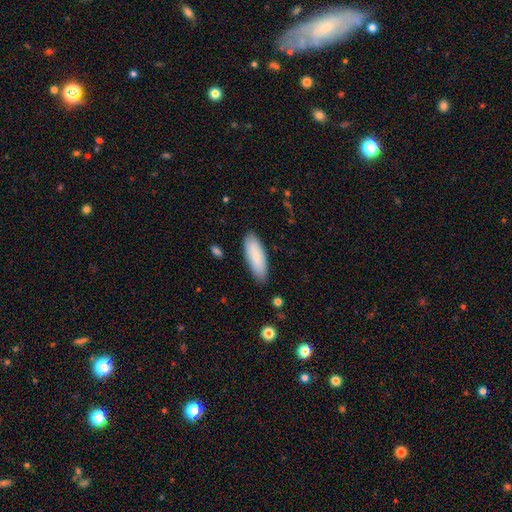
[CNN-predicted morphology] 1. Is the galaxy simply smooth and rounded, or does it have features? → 81% smooth, 13% featured or disk, 6% star or artifact.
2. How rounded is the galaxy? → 66% in between, 33% cigar-shaped, 2% round.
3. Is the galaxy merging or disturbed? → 85% none, 12% minor disturbance, 2% major disturbance, 1% merger.